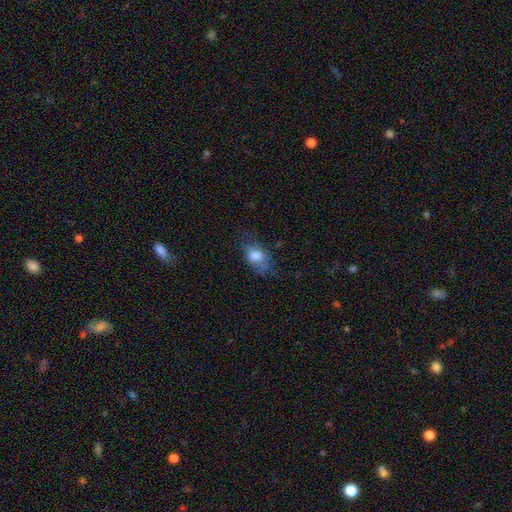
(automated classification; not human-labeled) smooth_or_featured: smooth (p=0.74) [alt: featured or disk p=0.16]
how_rounded: in between (p=0.81) [alt: round p=0.17]
merging: none (p=0.49) [alt: minor disturbance p=0.30]